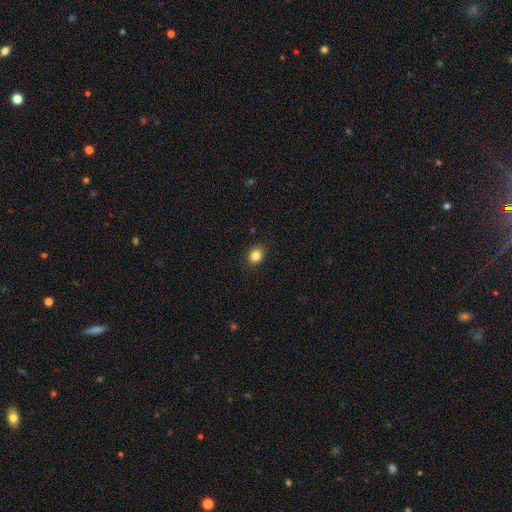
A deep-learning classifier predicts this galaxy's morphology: Smooth or featured? smooth (84%)
How rounded? round (61%)
Merging? none (90%)